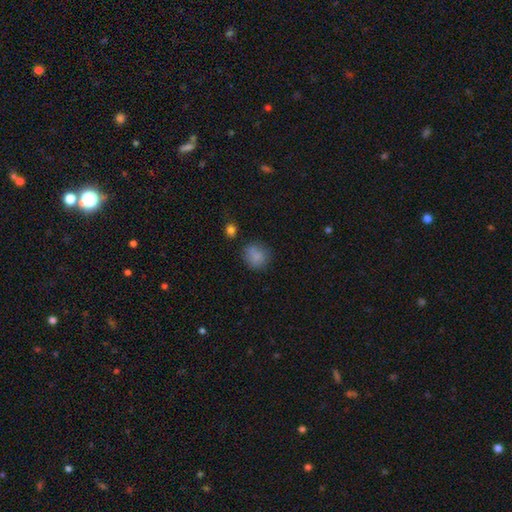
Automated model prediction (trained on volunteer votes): Smooth or featured? Predicted: smooth (p=0.82). How rounded? Predicted: round (p=0.73). Merging? Predicted: none (p=0.70).